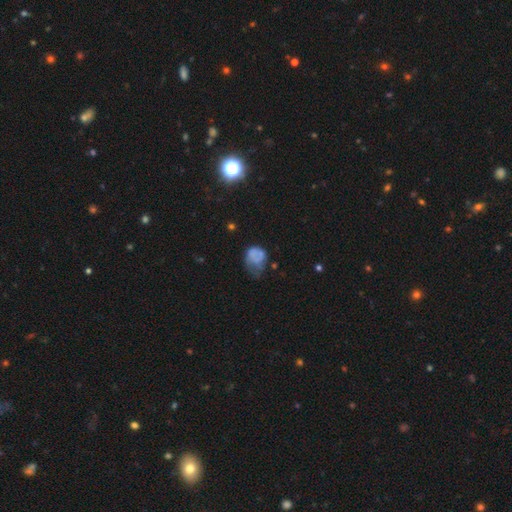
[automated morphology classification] Smooth or featured? smooth (58%)
How rounded? round (52%)
Merging? major disturbance (41%)